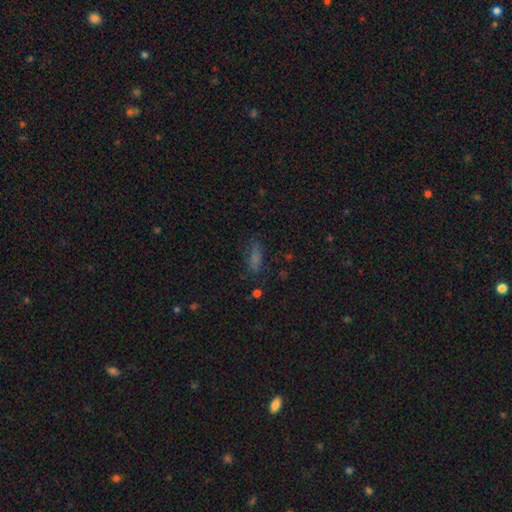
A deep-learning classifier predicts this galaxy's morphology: This appears to be a smooth galaxy with no disk features (58%) that is in between round and cigar-shaped (51%). Merging: none (67%).